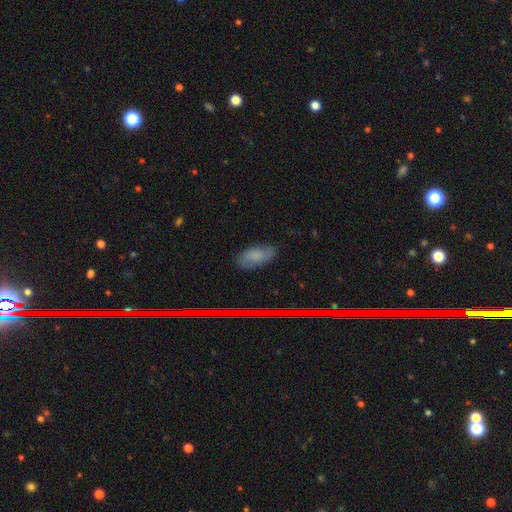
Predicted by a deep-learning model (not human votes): This is likely a smooth galaxy (65%). How rounded: clearly in between (93%). Merging: likely none (76%).